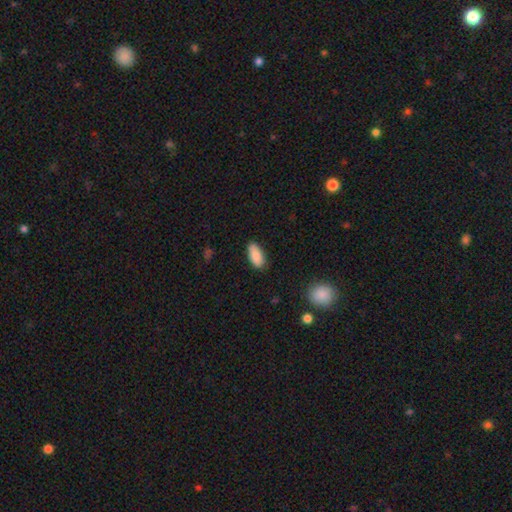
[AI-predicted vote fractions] Overall: smooth (88%). How rounded: in between (88%). Merging: none (84%).